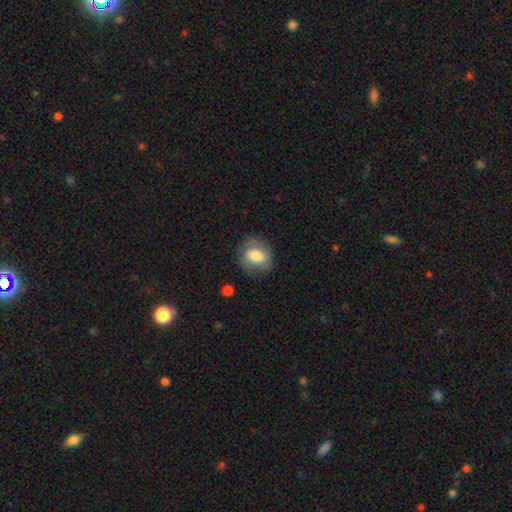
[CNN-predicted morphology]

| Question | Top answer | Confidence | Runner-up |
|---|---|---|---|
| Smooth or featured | smooth | 71% | featured or disk (22%) |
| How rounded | in between | 52% | round (47%) |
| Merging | none | 72% | minor disturbance (19%) |